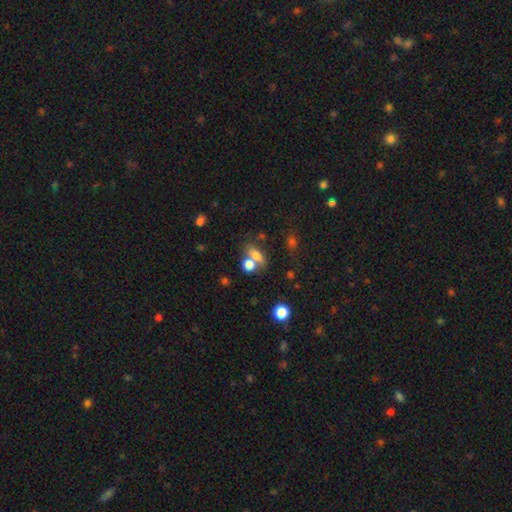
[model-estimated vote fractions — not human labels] Morphology: type=smooth (71%); roundness=in between (64%); merging=none (42%).